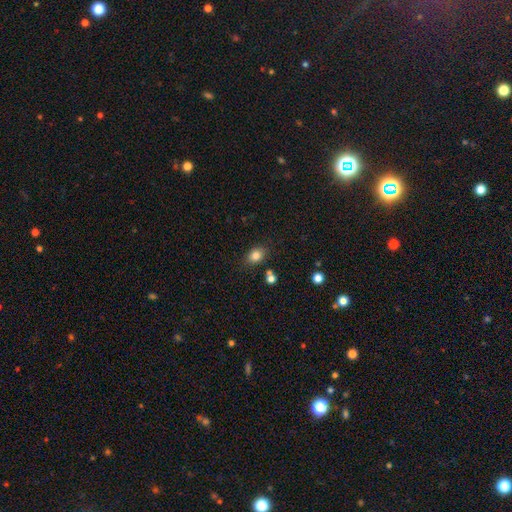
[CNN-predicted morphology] Smooth or featured? smooth (82%)
How rounded? in between (64%)
Merging? none (78%)